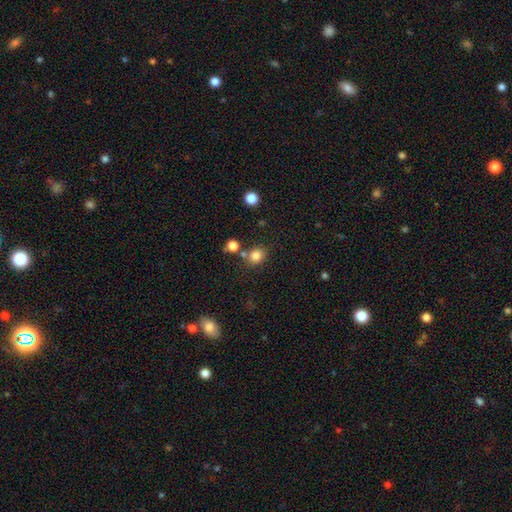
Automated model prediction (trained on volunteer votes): smooth_or_featured: smooth (p=0.82) [alt: star or artifact p=0.12]
how_rounded: round (p=0.72) [alt: in between p=0.27]
merging: none (p=0.71) [alt: merger p=0.14]